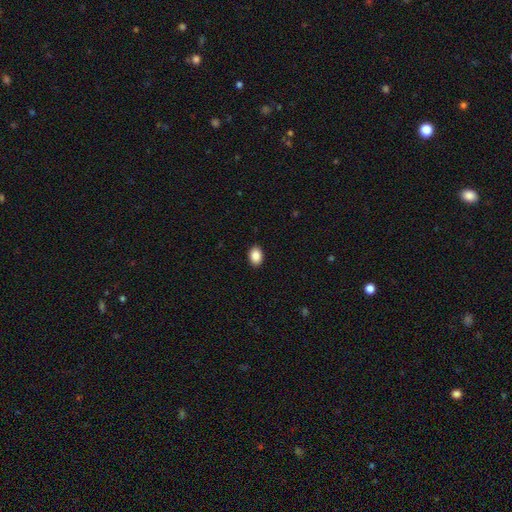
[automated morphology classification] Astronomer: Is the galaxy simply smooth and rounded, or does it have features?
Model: smooth — 89%.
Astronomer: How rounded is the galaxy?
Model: in between — 78%.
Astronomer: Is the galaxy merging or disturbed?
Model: none — 91%.